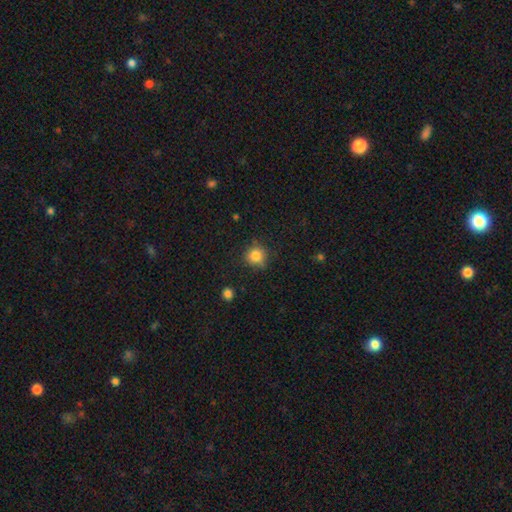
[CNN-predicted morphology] This is clearly a smooth galaxy (83%). How rounded: clearly round (90%). Merging: likely none (79%).